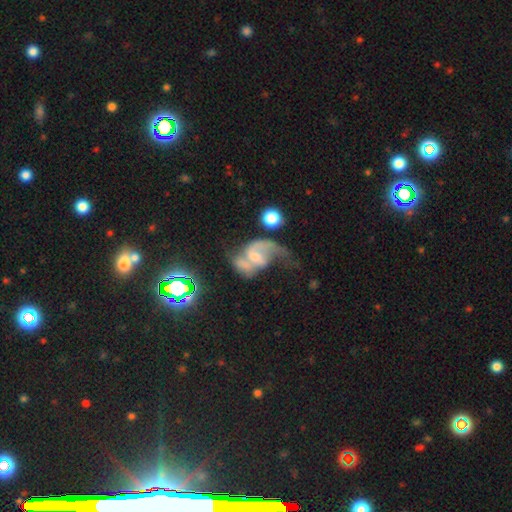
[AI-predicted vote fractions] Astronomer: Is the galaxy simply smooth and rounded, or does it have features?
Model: featured or disk — 75%.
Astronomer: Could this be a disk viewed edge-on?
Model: no — 97%.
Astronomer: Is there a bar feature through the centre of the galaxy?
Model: weak — 45% (runner-up: no, 39%).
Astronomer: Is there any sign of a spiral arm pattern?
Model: yes — 88%.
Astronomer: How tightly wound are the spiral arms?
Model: loose — 65%.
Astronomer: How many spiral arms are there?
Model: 2 — 77%.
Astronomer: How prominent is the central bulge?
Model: small — 43% (runner-up: moderate, 36%).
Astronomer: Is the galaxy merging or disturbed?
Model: major disturbance — 33% (runner-up: merger, 29%).